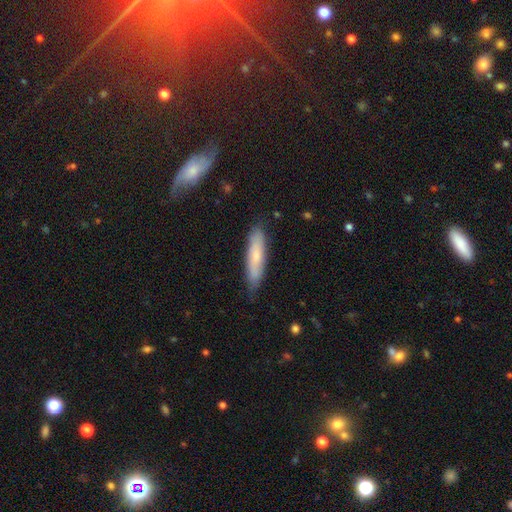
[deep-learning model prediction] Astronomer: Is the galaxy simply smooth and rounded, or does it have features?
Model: smooth — 65%.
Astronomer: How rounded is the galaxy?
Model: cigar-shaped — 80%.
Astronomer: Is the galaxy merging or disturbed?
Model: none — 80%.